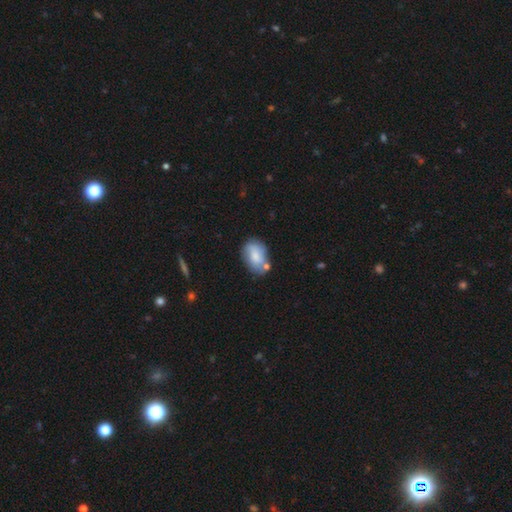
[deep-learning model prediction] Smooth or featured?
  - smooth: 68% *
  - featured or disk: 25%
  - star or artifact: 7%
How rounded?
  - in between: 80% *
  - round: 19%
  - cigar-shaped: 1%
Merging?
  - none: 58% *
  - minor disturbance: 22%
  - merger: 15%
  - major disturbance: 6%